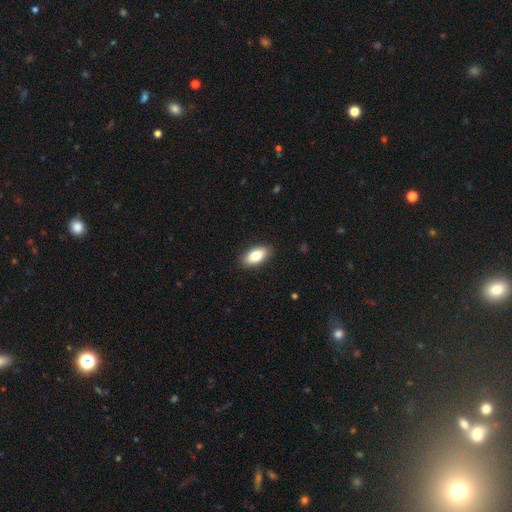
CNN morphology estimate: Q: Smooth or featured?
A: smooth (81%); runner-up: featured or disk (12%)
Q: How rounded?
A: in between (90%); runner-up: cigar-shaped (7%)
Q: Merging?
A: none (89%); runner-up: minor disturbance (8%)